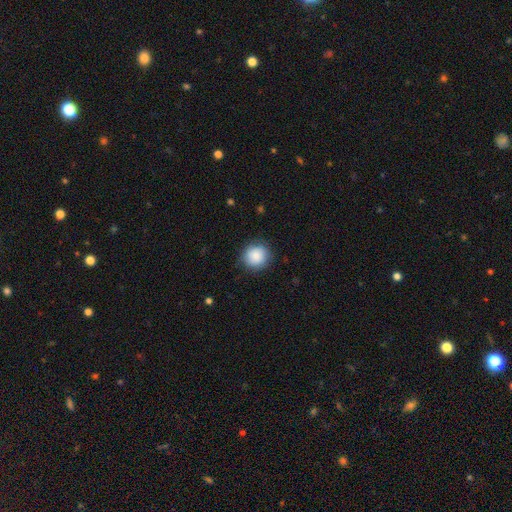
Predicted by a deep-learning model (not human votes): This is clearly a smooth galaxy (87%). How rounded: clearly round (90%). Merging: clearly none (86%).